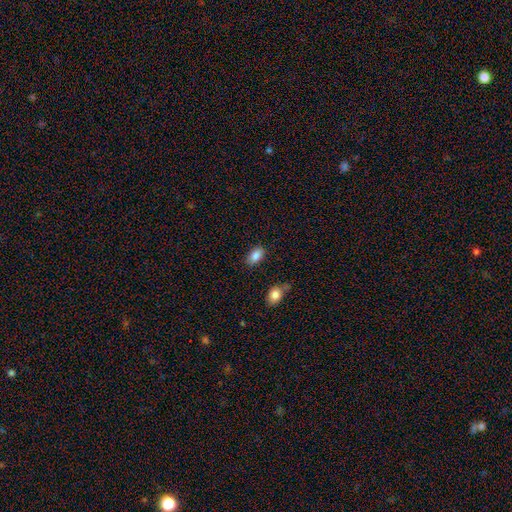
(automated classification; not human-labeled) Q: Smooth or featured?
A: smooth (86%); runner-up: star or artifact (8%)
Q: How rounded?
A: in between (91%); runner-up: round (7%)
Q: Merging?
A: none (82%); runner-up: minor disturbance (13%)